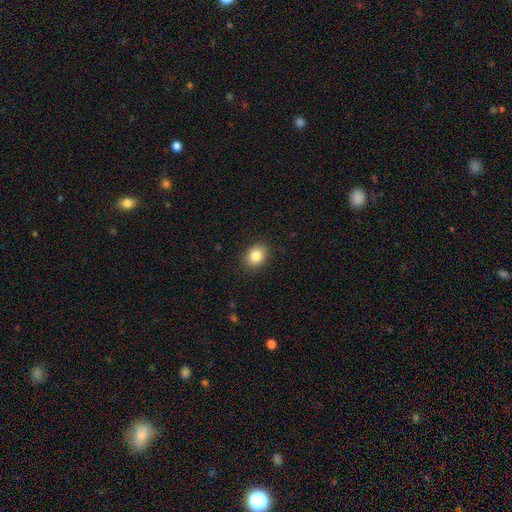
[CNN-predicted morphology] smooth-or-featured: smooth: 84% | star or artifact: 9% | featured or disk: 6%
  how-rounded: in between: 50% | round: 49% | cigar-shaped: 1%
  merging: none: 88% | minor disturbance: 8% | major disturbance: 2% | merger: 1%